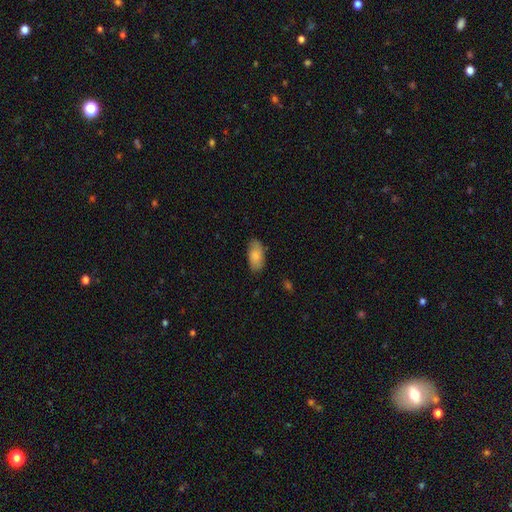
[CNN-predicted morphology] smooth_or_featured: smooth (p=0.83) [alt: featured or disk p=0.11]
how_rounded: in between (p=0.93) [alt: cigar-shaped p=0.05]
merging: none (p=0.80) [alt: minor disturbance p=0.15]